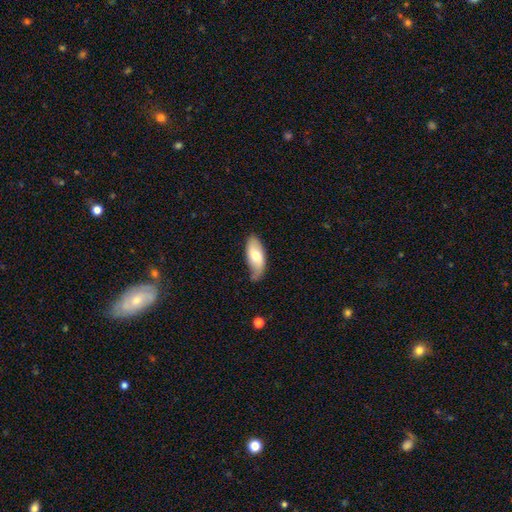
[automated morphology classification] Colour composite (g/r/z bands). It shows a smooth galaxy with no disk features (66%) that is in between round and cigar-shaped (86%). Merging: none (59%).